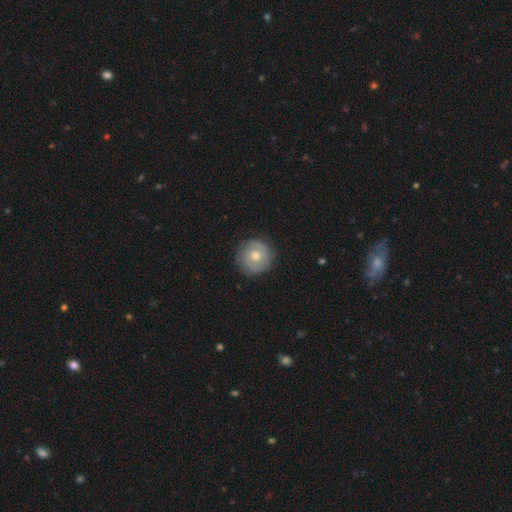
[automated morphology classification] Smooth or featured: smooth — 46% (featured or disk — 45%)
Merging: none — 85% (minor disturbance — 11%)